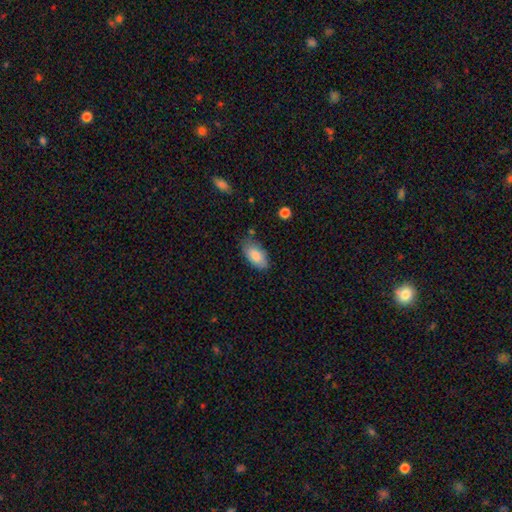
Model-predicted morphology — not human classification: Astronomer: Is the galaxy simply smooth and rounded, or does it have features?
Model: smooth — 85%.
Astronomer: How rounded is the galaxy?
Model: in between — 93%.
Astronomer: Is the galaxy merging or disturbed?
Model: none — 73%.